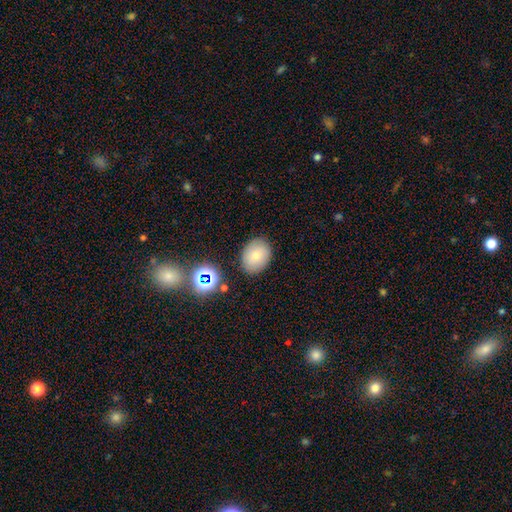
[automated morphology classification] The model was most divided on "how rounded": in between: 61%, round: 38%, cigar-shaped: 1%. More confident: merging — none (84%); smooth or featured — smooth (74%).